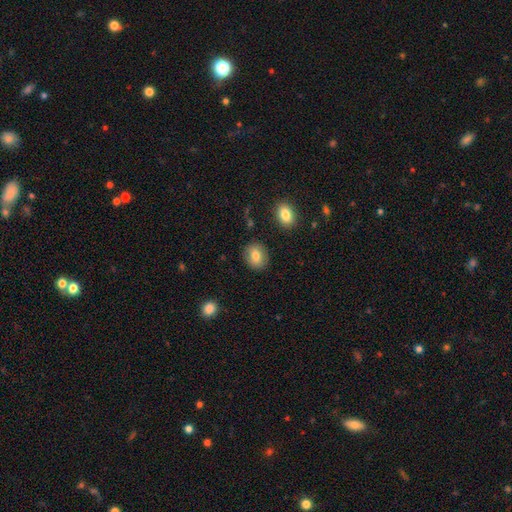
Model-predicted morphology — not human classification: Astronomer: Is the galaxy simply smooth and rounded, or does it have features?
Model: smooth — 79%.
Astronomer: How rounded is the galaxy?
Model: round — 57% (runner-up: in between, 42%).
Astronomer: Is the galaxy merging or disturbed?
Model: none — 87%.